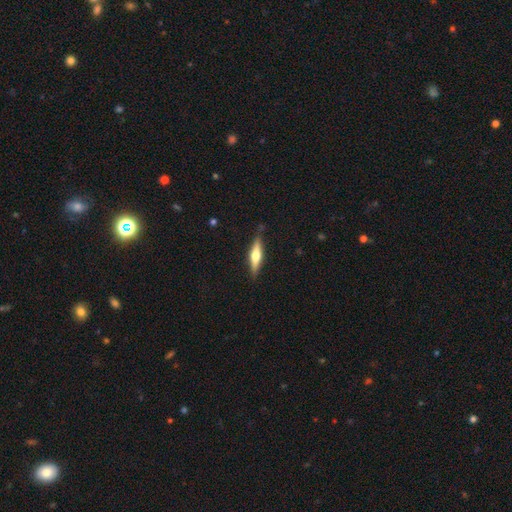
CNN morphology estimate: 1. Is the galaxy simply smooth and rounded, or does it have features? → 55% featured or disk, 40% smooth, 5% star or artifact.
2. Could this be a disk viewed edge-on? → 95% yes, 5% no.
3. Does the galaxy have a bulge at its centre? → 91% rounded, 6% boxy, 4% none.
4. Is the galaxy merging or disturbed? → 85% none, 11% minor disturbance, 2% major disturbance, 1% merger.